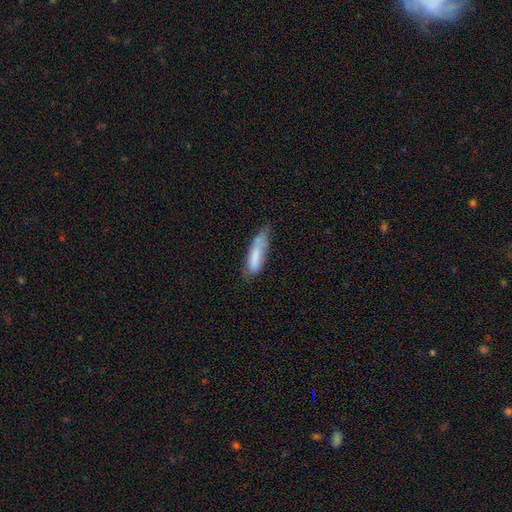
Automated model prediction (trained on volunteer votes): Morphology: type=smooth (74%); roundness=cigar-shaped (68%); merging=none (47%).